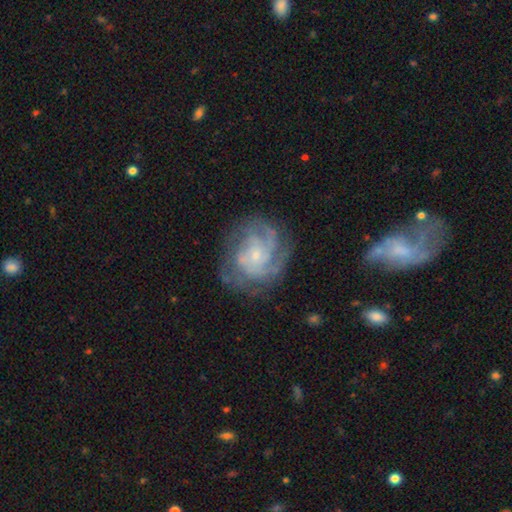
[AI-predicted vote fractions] Overall: featured or disk (84%). Edge-on disk: no (98%). Bar: no (74%). Spiral arms: yes (95%). Spiral arm count: 3 (28%; can't tell 26%). Spiral winding: tight (61%; medium 32%). Bulge size: small (74%). Merging: none (71%).